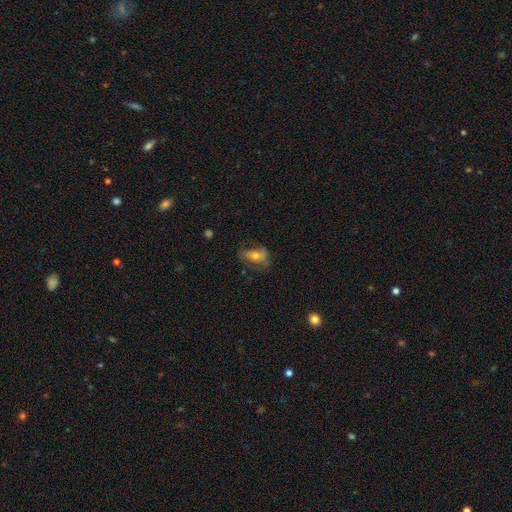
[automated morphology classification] A smooth galaxy with no disk features (56%) that is in between round and cigar-shaped (81%). Merging: none (51%).